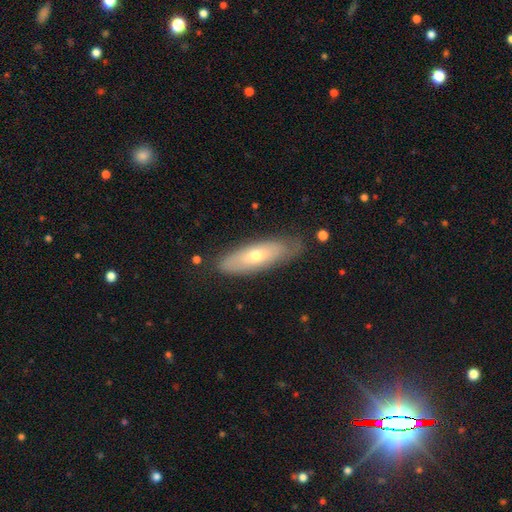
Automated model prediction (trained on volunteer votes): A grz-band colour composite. It shows a smooth galaxy with no disk features (54%) that is in between round and cigar-shaped (52%). Merging: none (76%).